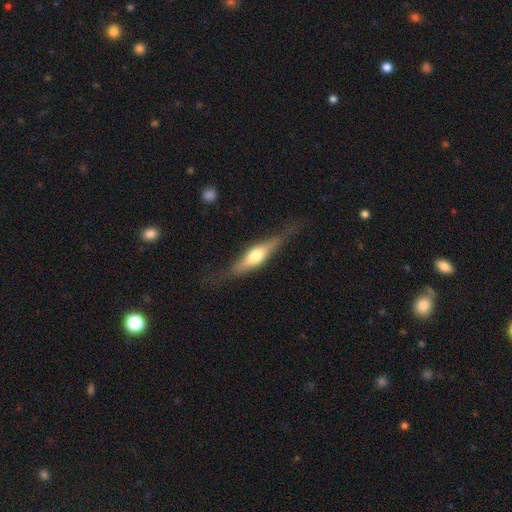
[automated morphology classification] Smooth or featured? Predicted: featured or disk (p=0.59). Edge-on disk? Predicted: yes (p=0.93). Edge-on bulge? Predicted: rounded (p=0.91). Merging? Predicted: none (p=0.75).